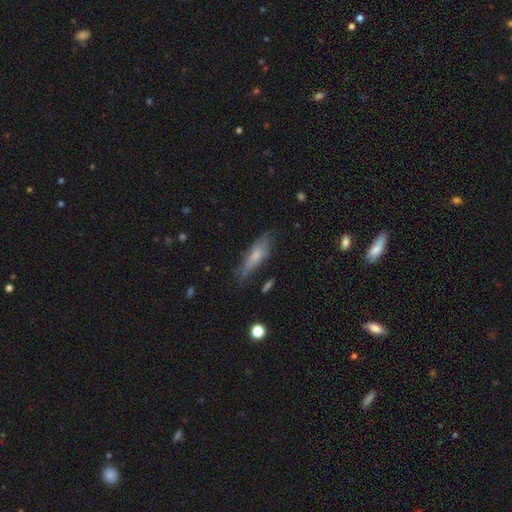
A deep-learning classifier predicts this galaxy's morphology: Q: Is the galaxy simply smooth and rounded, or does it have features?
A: smooth — 60%.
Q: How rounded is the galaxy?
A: cigar-shaped — 50%.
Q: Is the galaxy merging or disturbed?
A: none — 59%.